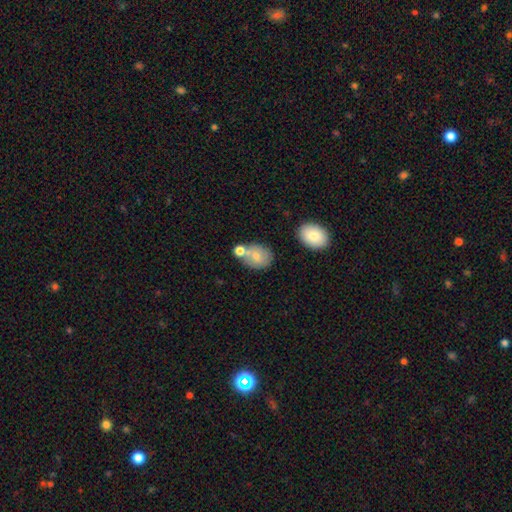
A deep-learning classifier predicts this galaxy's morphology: type=smooth (71%); roundness=round (50%); merging=none (52%).